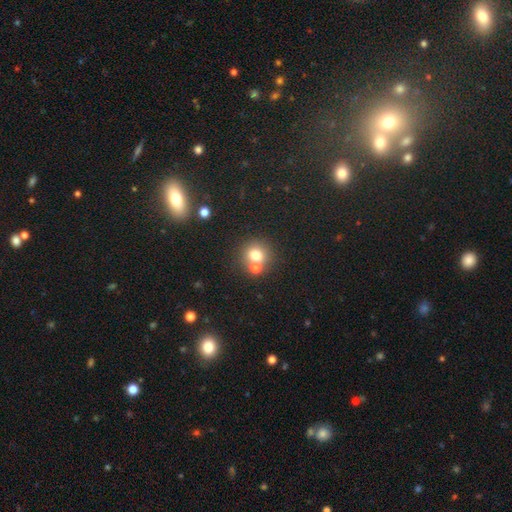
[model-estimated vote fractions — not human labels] smooth-or-featured: smooth: 74% | star or artifact: 15% | featured or disk: 12%
  how-rounded: round: 88% | in between: 11% | cigar-shaped: 1%
  merging: none: 61% | merger: 28% | minor disturbance: 8% | major disturbance: 3%